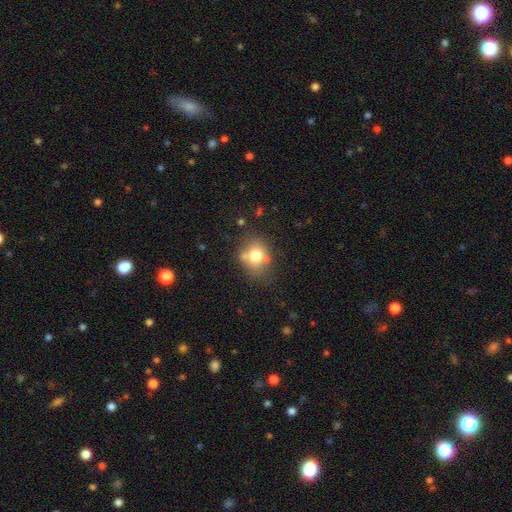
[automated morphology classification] smooth_or_featured: smooth (p=0.71) [alt: featured or disk p=0.17]
how_rounded: round (p=0.58) [alt: in between p=0.41]
merging: none (p=0.65) [alt: minor disturbance p=0.18]